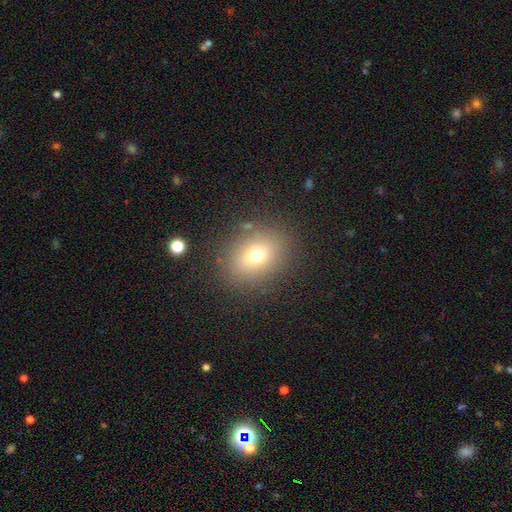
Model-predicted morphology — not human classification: Smooth or featured: smooth — 71% (star or artifact — 16%)
How rounded: round — 53% (in between — 46%)
Merging: none — 84% (minor disturbance — 9%)